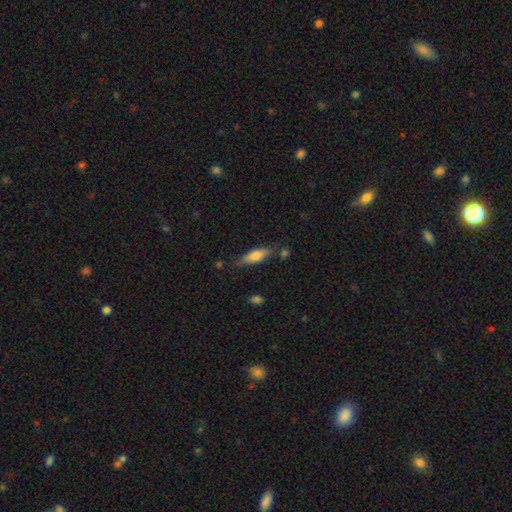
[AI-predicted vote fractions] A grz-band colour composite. It shows a smooth galaxy with no disk features (66%) that is in between round and cigar-shaped (49%). Merging: none (72%).